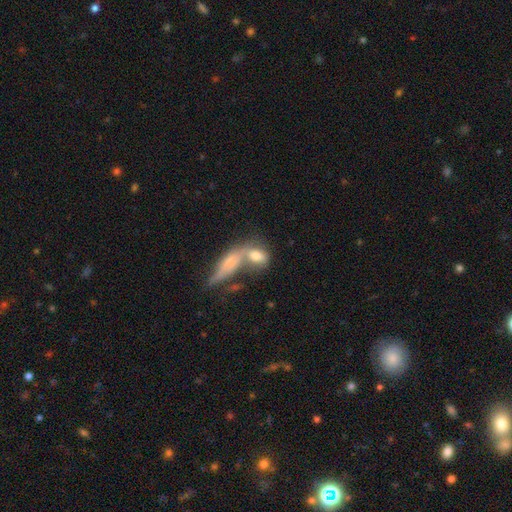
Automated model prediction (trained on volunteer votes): A smooth galaxy with no disk features (67%) that is in between round and cigar-shaped (73%). Merging: merger (56%).